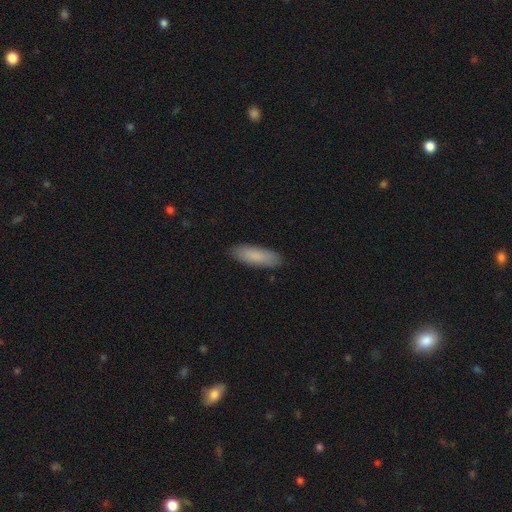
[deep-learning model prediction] Smooth or featured: smooth — 86% (featured or disk — 8%)
How rounded: in between — 50% (cigar-shaped — 49%)
Merging: none — 88% (minor disturbance — 9%)